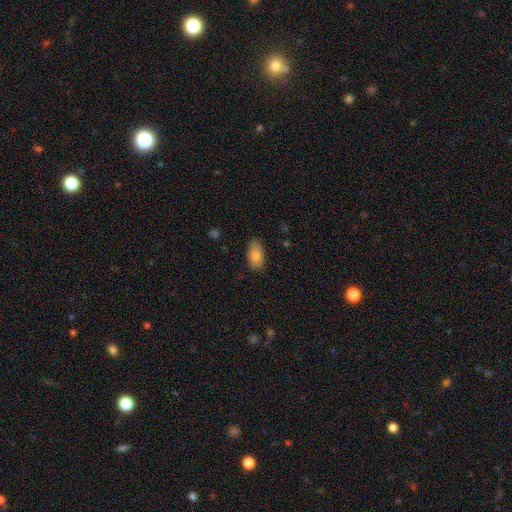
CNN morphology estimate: Overall: smooth (83%). How rounded: in between (92%). Merging: none (79%).